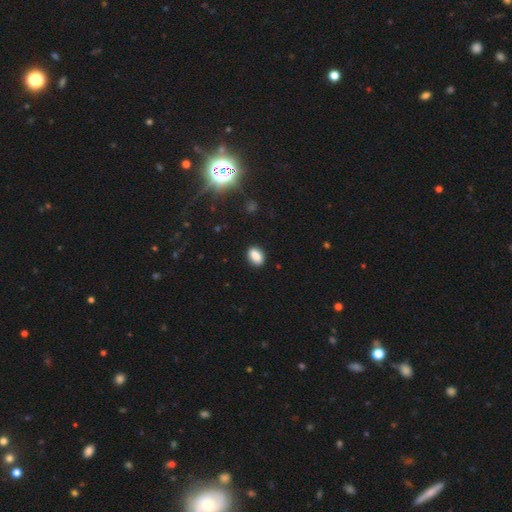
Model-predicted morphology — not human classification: Smooth or featured? smooth (86%)
How rounded? in between (84%)
Merging? none (88%)